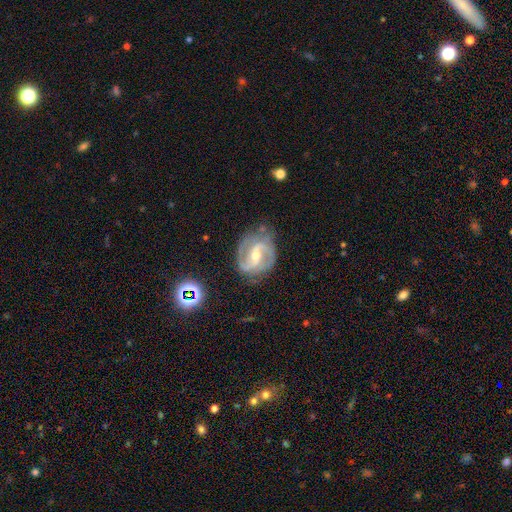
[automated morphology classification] A featured or disk galaxy (90%) with a weak bar (44%), 2 (86%) medium (56%) spiral arms (97%) and a small central bulge (49%).

Vote fractions:
- Smooth or featured? featured or disk: 90% / star or artifact: 5% / smooth: 4%
- Edge-on disk? no: 98% / yes: 2%
- Bar? weak: 44% / strong: 34% / no: 22%
- Spiral arms? yes: 97% / no: 3%
- Spiral winding? medium: 56% / tight: 29% / loose: 15%
- Spiral arm count? 2: 86% / 3: 6% / can't tell: 4% / 1: 2% / 4: 1% / more than 4: 1%
- Bulge size? small: 49% / moderate: 48% / large: 1% / none: 1% / dominant: 1%
- Merging? none: 74% / minor disturbance: 19% / major disturbance: 6% / merger: 2%